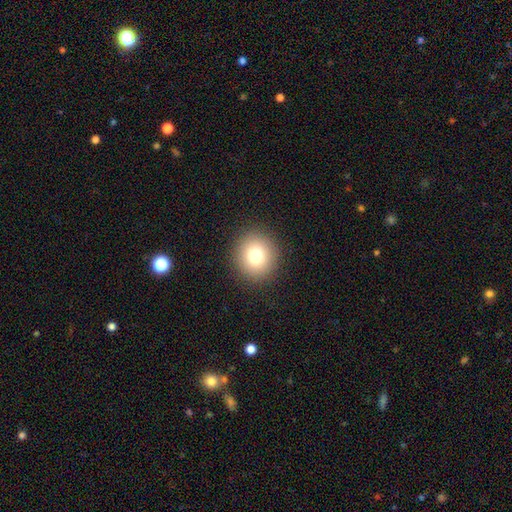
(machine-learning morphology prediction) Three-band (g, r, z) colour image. It shows a smooth galaxy with no disk features (78%) that is round (90%). Merging: none (91%).